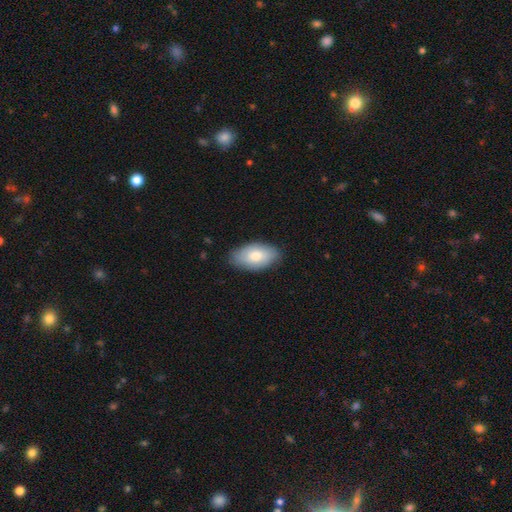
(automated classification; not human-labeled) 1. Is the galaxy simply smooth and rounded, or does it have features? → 77% smooth, 18% featured or disk, 6% star or artifact.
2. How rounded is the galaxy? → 95% in between, 3% round, 2% cigar-shaped.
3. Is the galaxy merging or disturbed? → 82% none, 14% minor disturbance, 3% major disturbance, 1% merger.